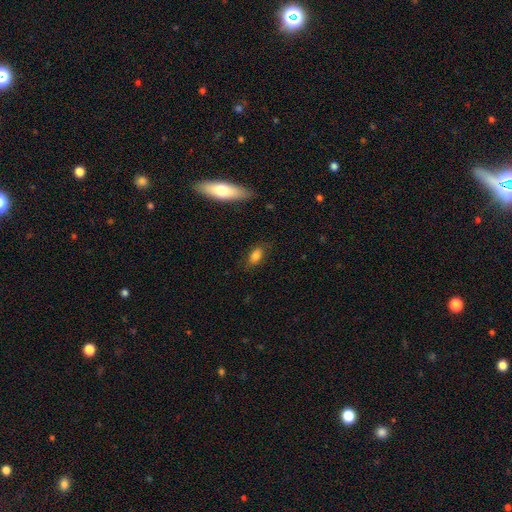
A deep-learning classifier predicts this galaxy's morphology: smooth 82%, star or artifact 9%, featured or disk 9%. Down the decision tree: how rounded — in between (85%); merging — none (79%).